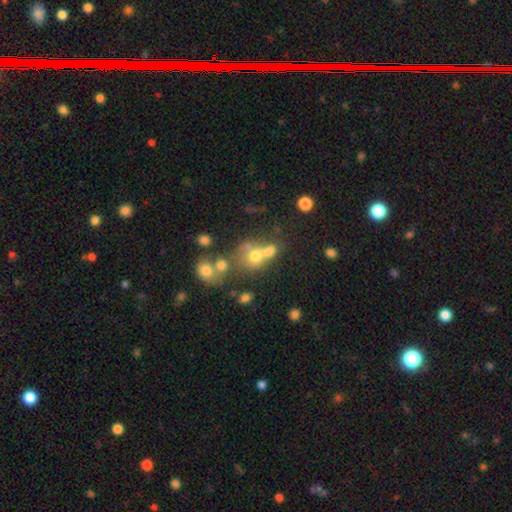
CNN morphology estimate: A smooth galaxy with no disk features (57%) that is round (66%). Merging: merger (49%).